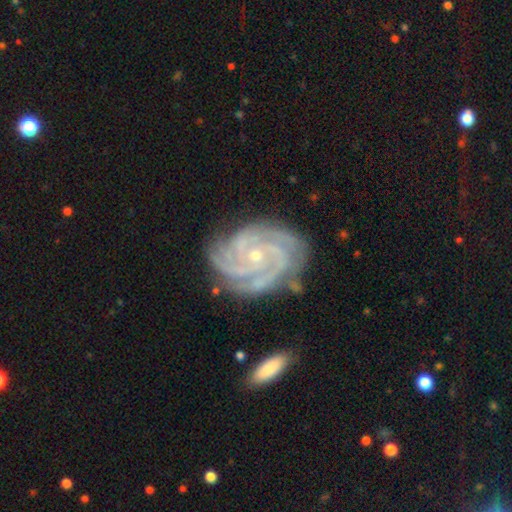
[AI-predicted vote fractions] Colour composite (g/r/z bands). It shows a featured or disk galaxy (91%) with no bar (70%), 4 (40%) tight (74%) spiral arms (99%) and a small central bulge (75%). Merging: none (75%).